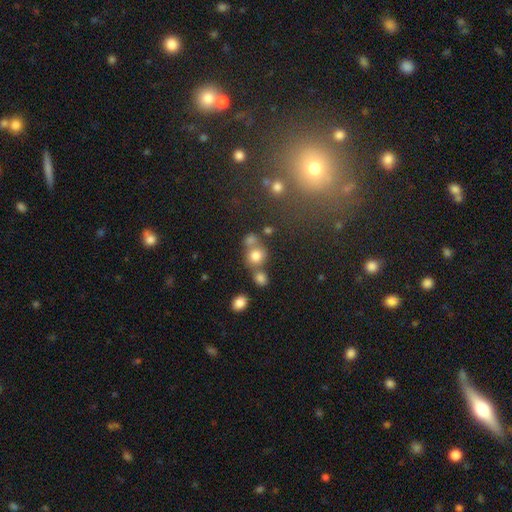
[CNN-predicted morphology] Overall: smooth (75%). How rounded: round (81%). Merging: none (50%; merger 34%).